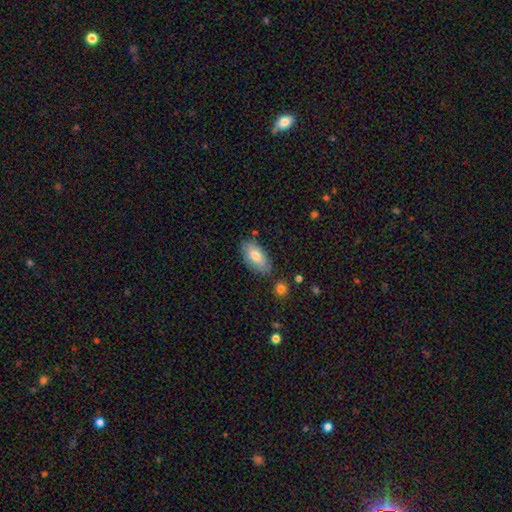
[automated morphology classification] Smooth or featured? smooth (74%)
How rounded? in between (91%)
Merging? none (74%)